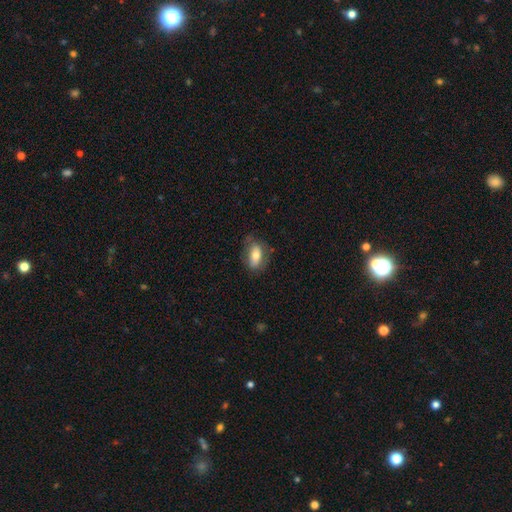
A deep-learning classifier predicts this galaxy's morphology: Q: Smooth or featured?
A: smooth (69%); runner-up: featured or disk (24%)
Q: How rounded?
A: in between (86%); runner-up: cigar-shaped (7%)
Q: Merging?
A: none (68%); runner-up: minor disturbance (22%)